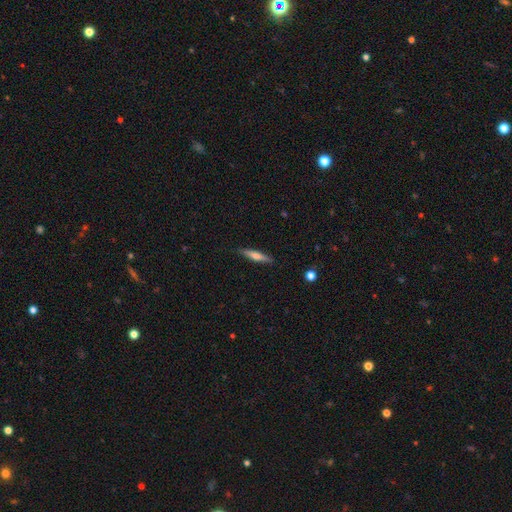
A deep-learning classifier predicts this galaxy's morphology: Smooth or featured? smooth (53%)
How rounded? cigar-shaped (88%)
Merging? none (88%)